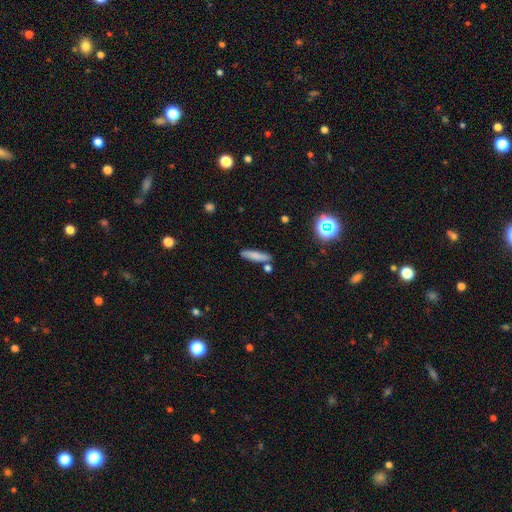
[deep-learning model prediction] Morphology: type=smooth (79%); roundness=cigar-shaped (78%); merging=none (78%).